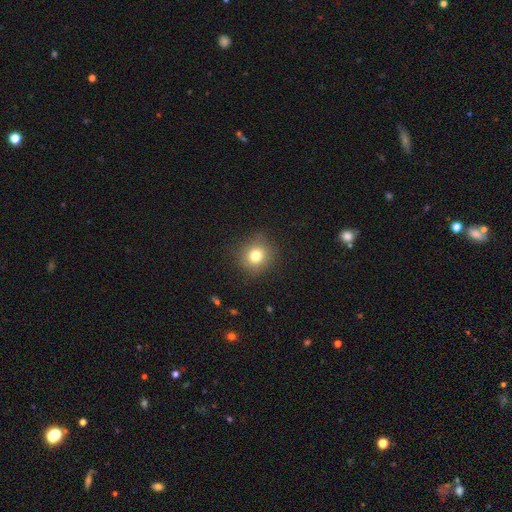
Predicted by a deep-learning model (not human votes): Overall: smooth (78%). How rounded: round (88%). Merging: none (87%).